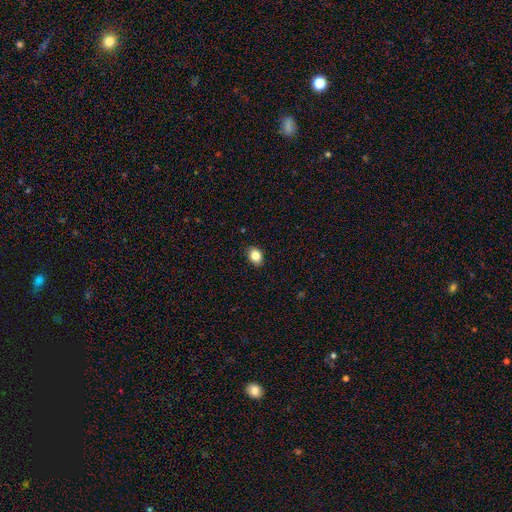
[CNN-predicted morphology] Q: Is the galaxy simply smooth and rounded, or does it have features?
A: smooth — 85%.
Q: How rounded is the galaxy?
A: in between — 65%.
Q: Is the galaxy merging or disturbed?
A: none — 87%.